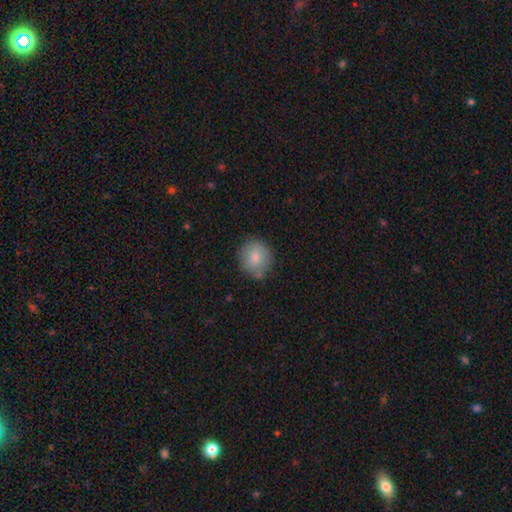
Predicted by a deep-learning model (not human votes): smooth-or-featured: smooth: 78% | featured or disk: 13% | star or artifact: 9%
  how-rounded: round: 78% | in between: 21% | cigar-shaped: 1%
  merging: none: 77% | minor disturbance: 17% | major disturbance: 3% | merger: 3%